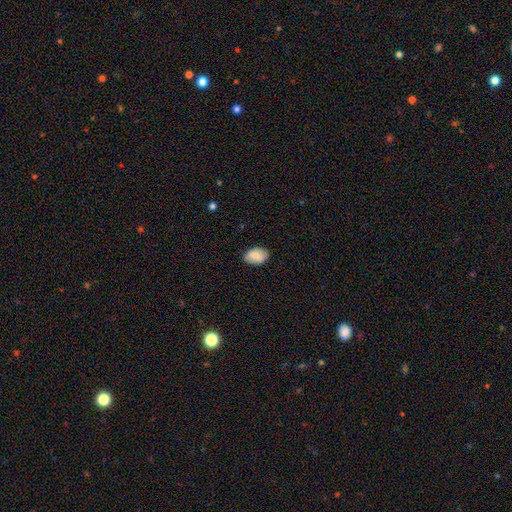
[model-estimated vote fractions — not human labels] A smooth galaxy with no disk features (84%) that is in between round and cigar-shaped (87%).

Vote fractions:
- Smooth or featured? smooth: 84% / featured or disk: 9% / star or artifact: 7%
- How rounded? in between: 87% / round: 11% / cigar-shaped: 1%
- Merging? none: 84% / minor disturbance: 12% / major disturbance: 2% / merger: 1%